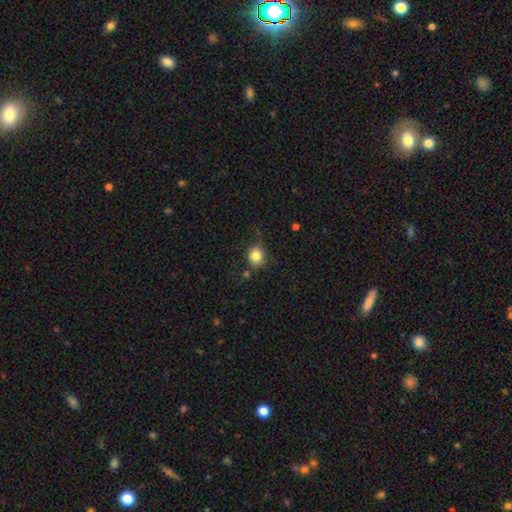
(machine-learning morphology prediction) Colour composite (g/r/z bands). It shows a smooth galaxy with no disk features (82%) that is round (75%). Merging: none (68%).